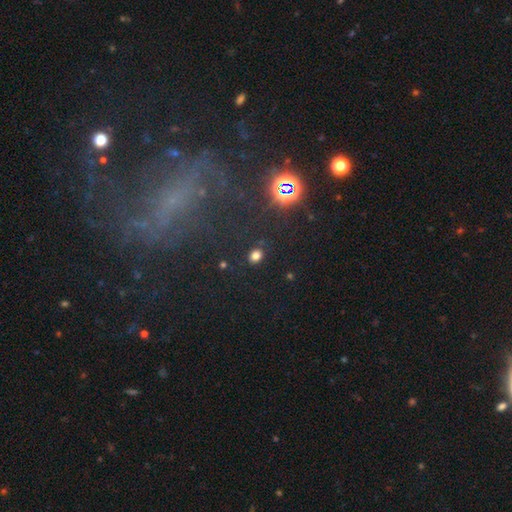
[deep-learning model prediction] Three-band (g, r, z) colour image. It shows a smooth galaxy with no disk features (74%) that is round (55%). Merging: none (87%).